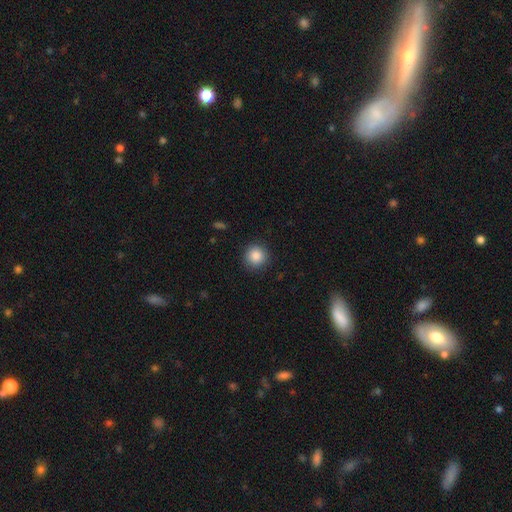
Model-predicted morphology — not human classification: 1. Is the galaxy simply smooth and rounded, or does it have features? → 87% smooth, 9% star or artifact, 4% featured or disk.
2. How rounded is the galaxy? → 93% round, 6% in between, 1% cigar-shaped.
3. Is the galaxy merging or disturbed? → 90% none, 7% minor disturbance, 2% major disturbance, 1% merger.